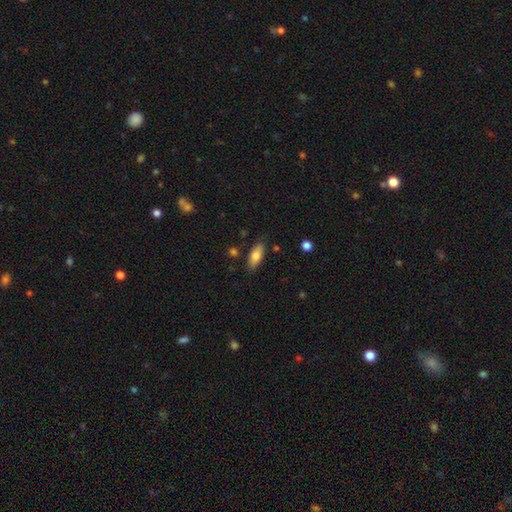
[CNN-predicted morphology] type=smooth (76%); roundness=in between (77%); merging=none (81%).